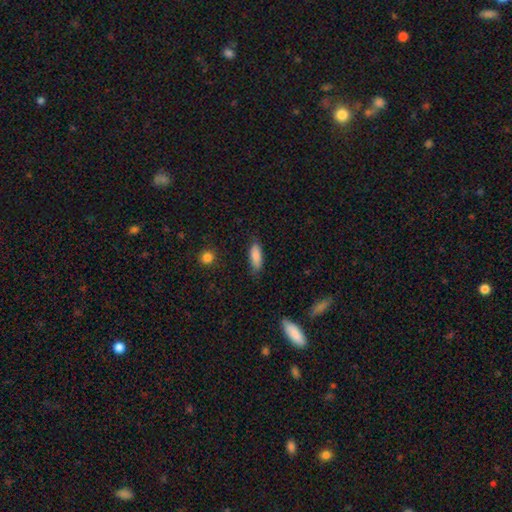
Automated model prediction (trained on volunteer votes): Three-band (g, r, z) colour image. It shows a smooth galaxy with no disk features (85%) that is in between round and cigar-shaped (65%). Merging: none (77%).